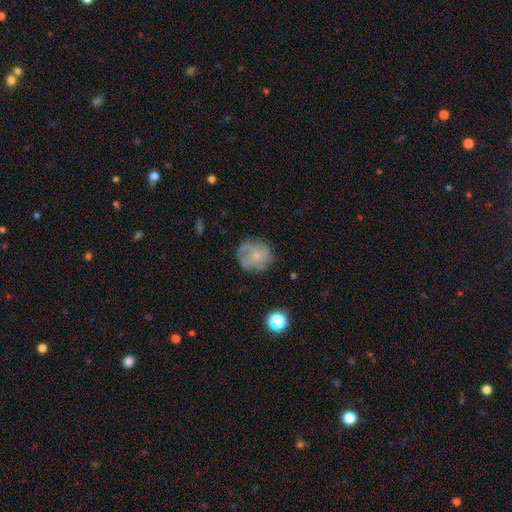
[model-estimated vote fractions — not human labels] Smooth or featured? smooth (47%)
Merging? none (65%)